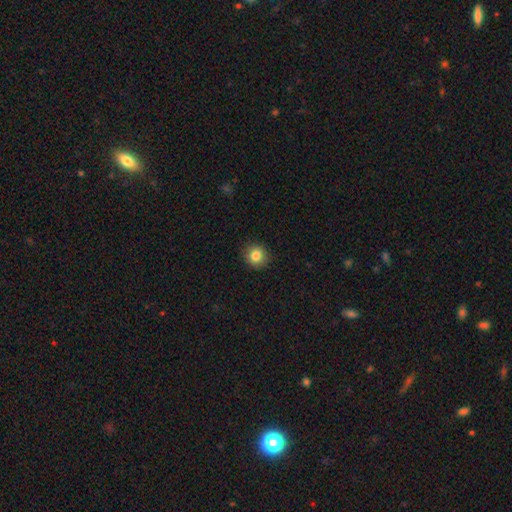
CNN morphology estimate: Smooth or featured? Predicted: smooth (p=0.84). How rounded? Predicted: round (p=0.86). Merging? Predicted: none (p=0.89).